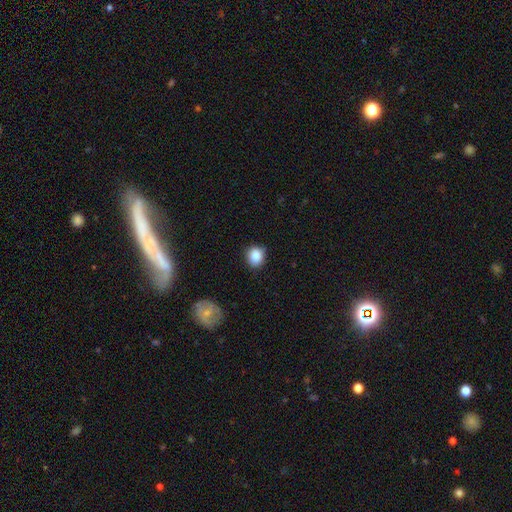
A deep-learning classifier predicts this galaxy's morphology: Smooth or featured?
  - smooth: 86% *
  - star or artifact: 9%
  - featured or disk: 5%
How rounded?
  - round: 71% *
  - in between: 28%
  - cigar-shaped: 1%
Merging?
  - none: 77% *
  - minor disturbance: 18%
  - major disturbance: 3%
  - merger: 2%